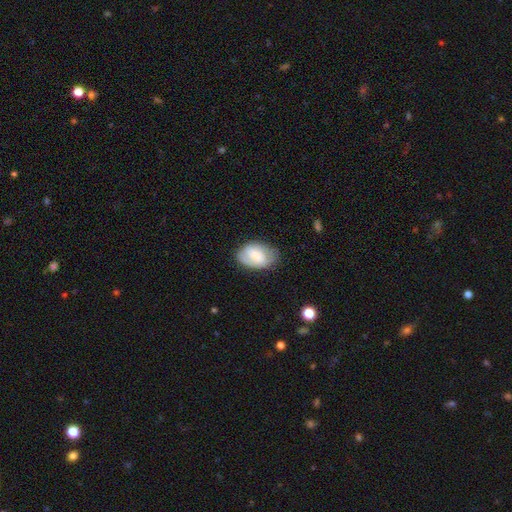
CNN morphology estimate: This appears to be a smooth galaxy with no disk features (58%) that is in between round and cigar-shaped (88%). Merging: none (74%).